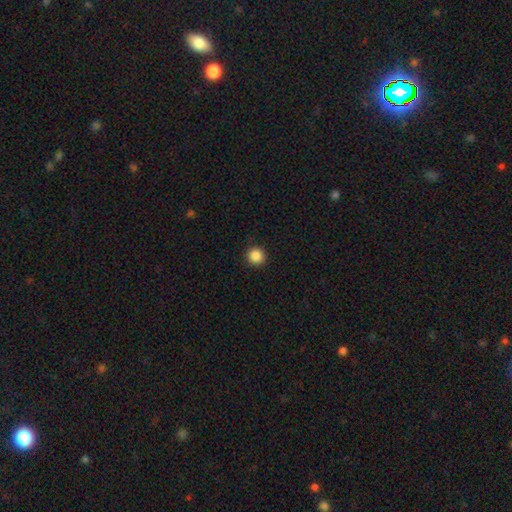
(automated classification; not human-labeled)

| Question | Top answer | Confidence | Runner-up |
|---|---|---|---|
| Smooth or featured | smooth | 87% | star or artifact (10%) |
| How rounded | round | 94% | in between (6%) |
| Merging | none | 92% | minor disturbance (5%) |